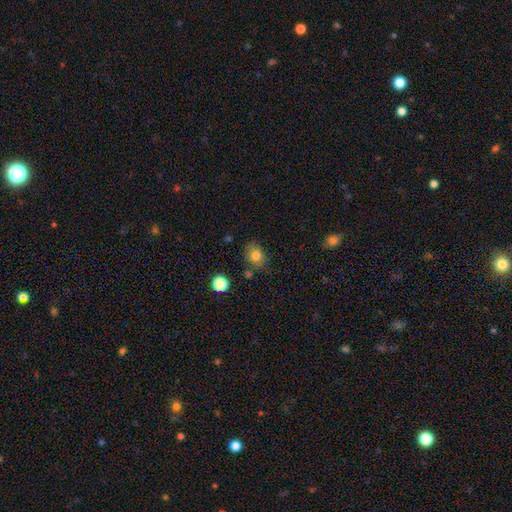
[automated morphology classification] A smooth galaxy with no disk features (79%) that is round (52%). Merging: none (68%).